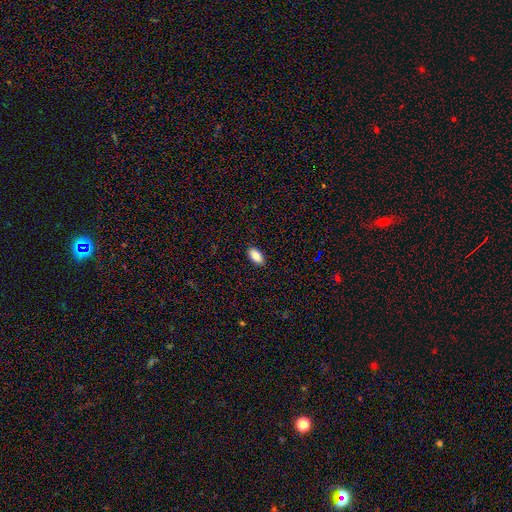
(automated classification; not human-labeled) Overall: smooth (85%). How rounded: in between (94%). Merging: none (89%).